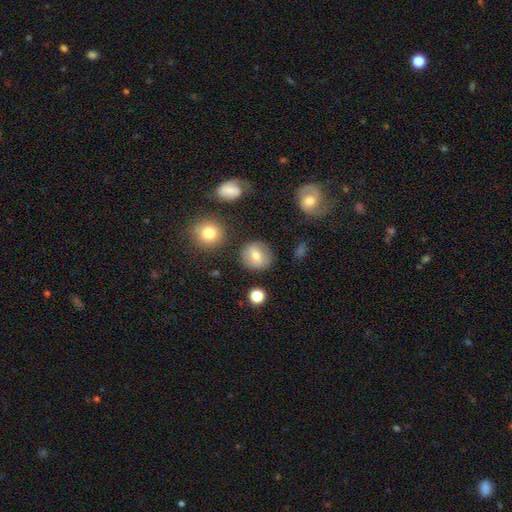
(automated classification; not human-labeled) Q: Smooth or featured?
A: smooth (71%); runner-up: featured or disk (19%)
Q: How rounded?
A: round (86%); runner-up: in between (13%)
Q: Merging?
A: none (83%); runner-up: minor disturbance (10%)